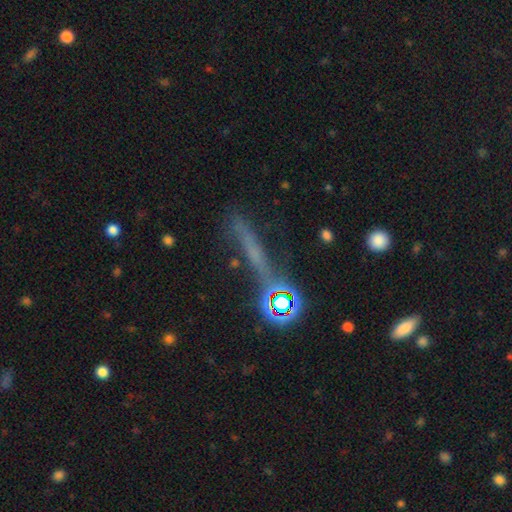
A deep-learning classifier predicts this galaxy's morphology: smooth 36%, featured or disk 33%, star or artifact 30%. Down the decision tree: merging — none (61%).